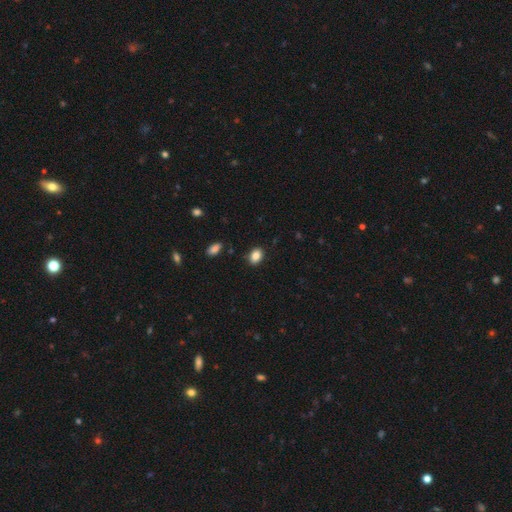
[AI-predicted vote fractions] A smooth galaxy with no disk features (86%) that is in between round and cigar-shaped (74%).

Vote fractions:
- Smooth or featured? smooth: 86% / star or artifact: 9% / featured or disk: 5%
- How rounded? in between: 74% / round: 25% / cigar-shaped: 1%
- Merging? none: 87% / minor disturbance: 9% / major disturbance: 2% / merger: 2%